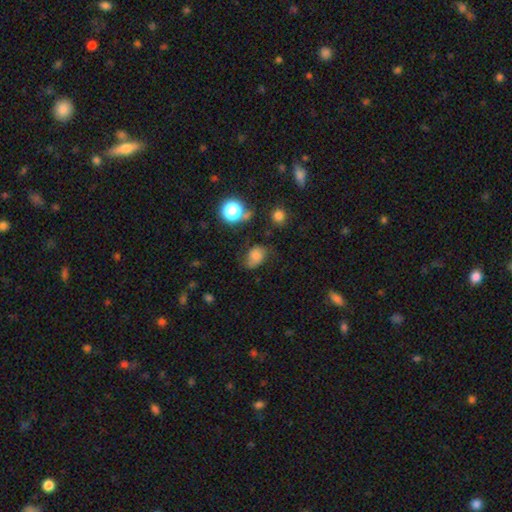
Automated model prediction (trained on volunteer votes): Q: Smooth or featured?
A: smooth (67%); runner-up: featured or disk (17%)
Q: How rounded?
A: in between (69%); runner-up: round (30%)
Q: Merging?
A: none (50%); runner-up: minor disturbance (32%)